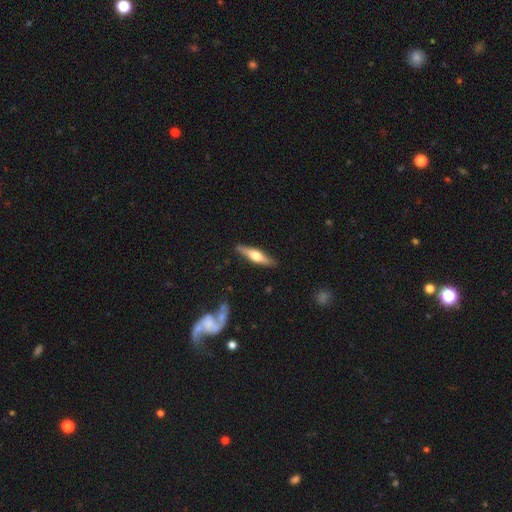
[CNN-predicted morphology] This appears to be a featured or disk galaxy (57%) viewed edge-on (94%) with a rounded central bulge (91%). Merging: none (86%).